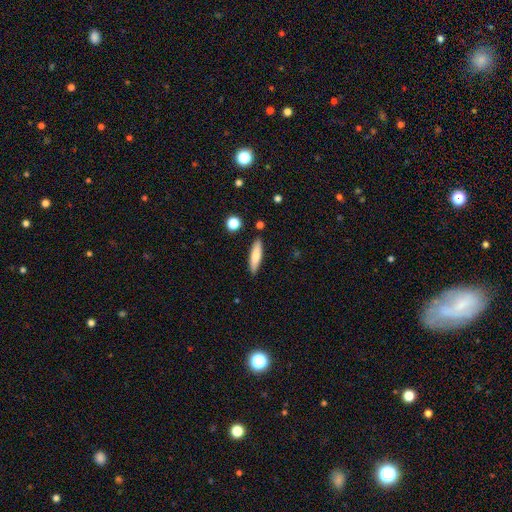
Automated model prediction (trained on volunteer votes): smooth_or_featured: smooth (p=0.74) [alt: featured or disk p=0.20]
how_rounded: cigar-shaped (p=0.75) [alt: in between p=0.23]
merging: none (p=0.87) [alt: minor disturbance p=0.09]